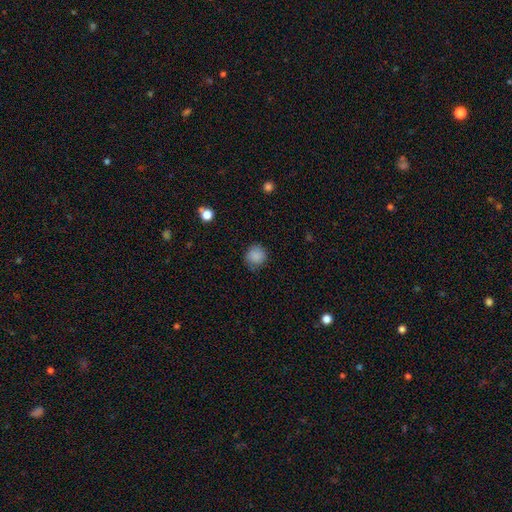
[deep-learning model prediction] Smooth or featured? smooth (87%)
How rounded? round (90%)
Merging? none (81%)